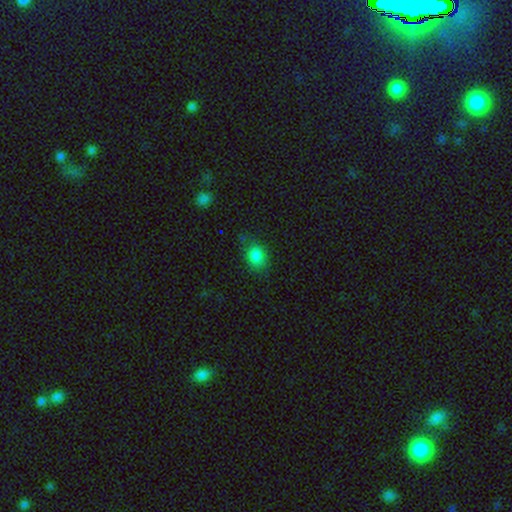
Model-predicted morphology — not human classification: smooth_or_featured: smooth (p=0.84) [alt: star or artifact p=0.11]
how_rounded: in between (p=0.52) [alt: round p=0.47]
merging: none (p=0.76) [alt: minor disturbance p=0.17]